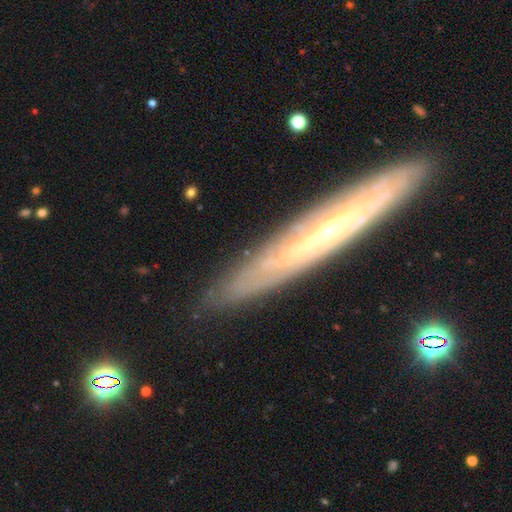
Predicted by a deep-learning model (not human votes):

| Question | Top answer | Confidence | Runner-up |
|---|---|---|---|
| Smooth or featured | featured or disk | 76% | smooth (17%) |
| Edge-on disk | yes | 67% | no (33%) |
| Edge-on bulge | none | 52% | rounded (44%) |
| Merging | none | 86% | minor disturbance (10%) |